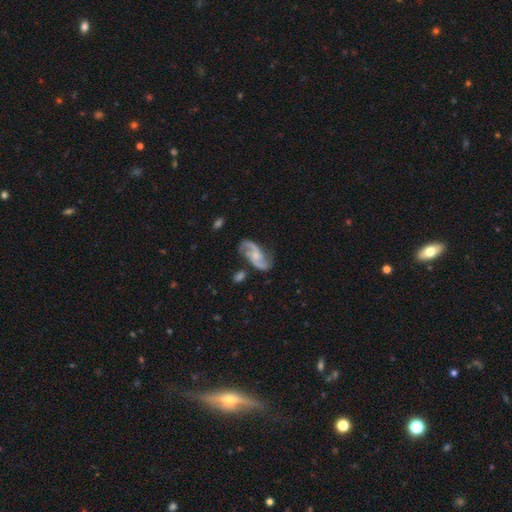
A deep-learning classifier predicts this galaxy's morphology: This is clearly a featured or disk galaxy (88%). It is clearly not viewed edge-on (97%). Bar: possibly no (53%). Spiral arm pattern: clearly yes (97%). Spiral arm count: clearly 2 (93%). Spiral winding: possibly loose (52%). Central bulge: marginally small (43%). Merging: likely none (70%).